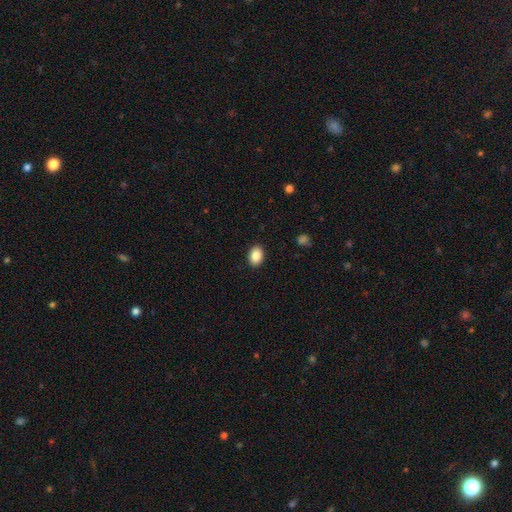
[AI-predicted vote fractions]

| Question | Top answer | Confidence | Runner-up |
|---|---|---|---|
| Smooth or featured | smooth | 87% | star or artifact (8%) |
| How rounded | in between | 77% | round (22%) |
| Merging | none | 90% | minor disturbance (7%) |